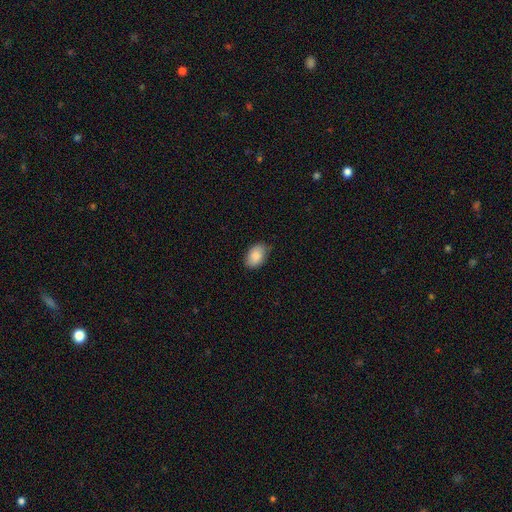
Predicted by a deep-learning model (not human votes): Morphology: type=smooth (86%); roundness=in between (88%); merging=none (78%).